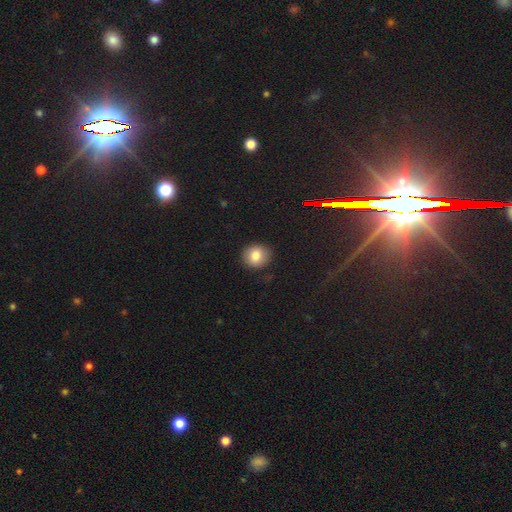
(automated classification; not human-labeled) This appears to be a smooth galaxy with no disk features (81%) that is round (80%). Merging: none (87%).